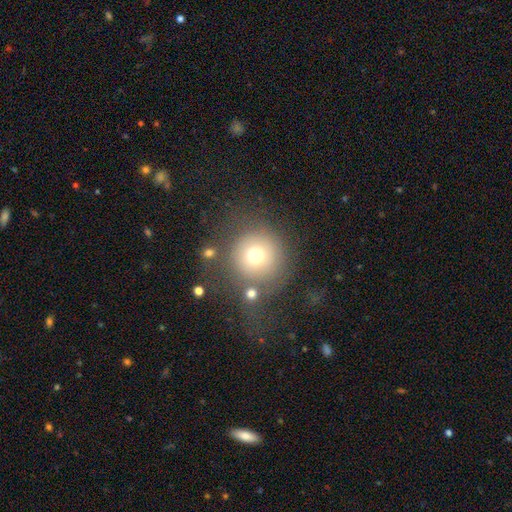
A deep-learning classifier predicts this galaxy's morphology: This appears to be a smooth galaxy with no disk features (71%) that is round (94%). Merging: none (65%).